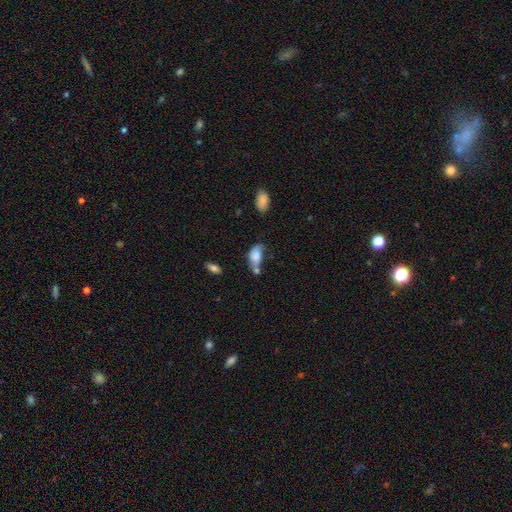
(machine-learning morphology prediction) type=smooth (72%); roundness=in between (90%); merging=minor disturbance (29%).